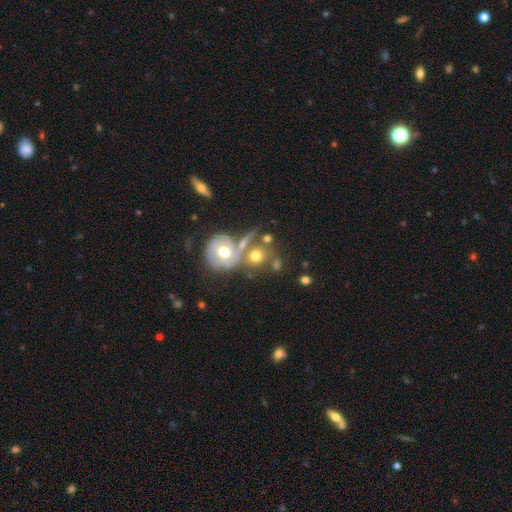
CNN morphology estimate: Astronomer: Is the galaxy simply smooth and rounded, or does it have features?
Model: smooth — 58%.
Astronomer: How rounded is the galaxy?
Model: round — 77%.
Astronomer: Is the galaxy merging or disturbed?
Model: merger — 42% (runner-up: none, 38%).